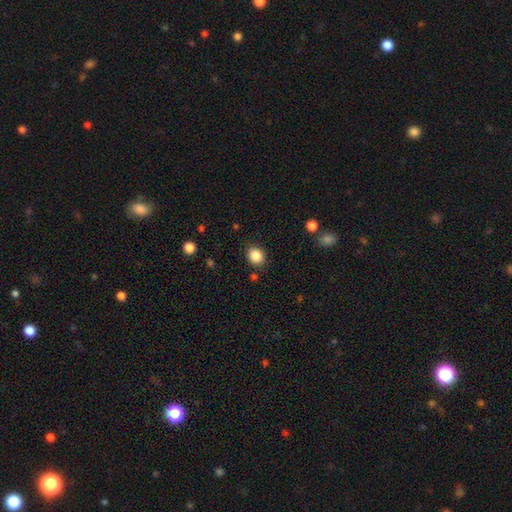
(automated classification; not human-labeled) Smooth or featured?
  - smooth: 87% *
  - star or artifact: 10%
  - featured or disk: 4%
How rounded?
  - round: 63% *
  - in between: 36%
  - cigar-shaped: 1%
Merging?
  - none: 86% *
  - minor disturbance: 9%
  - major disturbance: 3%
  - merger: 2%